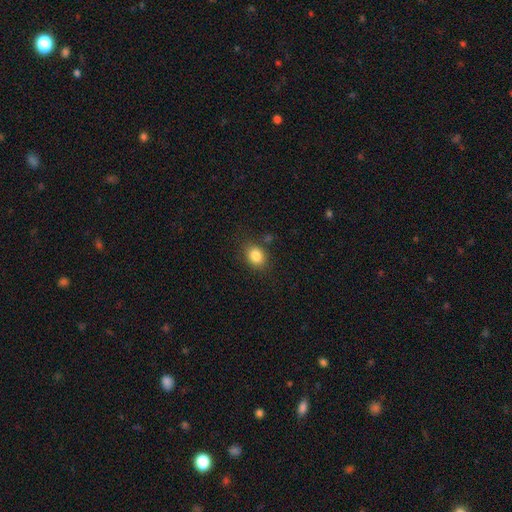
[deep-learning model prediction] Q: Smooth or featured?
A: smooth (84%); runner-up: star or artifact (10%)
Q: How rounded?
A: in between (51%); runner-up: round (48%)
Q: Merging?
A: none (81%); runner-up: minor disturbance (12%)